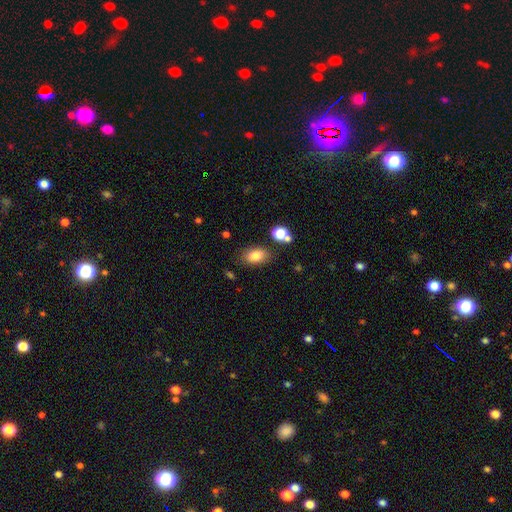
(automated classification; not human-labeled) Smooth or featured: smooth — 82% (star or artifact — 9%)
How rounded: in between — 86% (round — 12%)
Merging: none — 79% (minor disturbance — 12%)